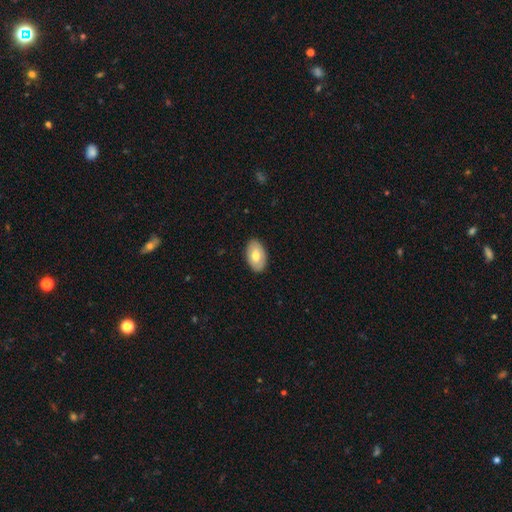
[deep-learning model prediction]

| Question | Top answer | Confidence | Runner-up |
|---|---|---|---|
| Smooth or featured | smooth | 70% | featured or disk (24%) |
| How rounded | in between | 93% | round (6%) |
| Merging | none | 88% | minor disturbance (9%) |